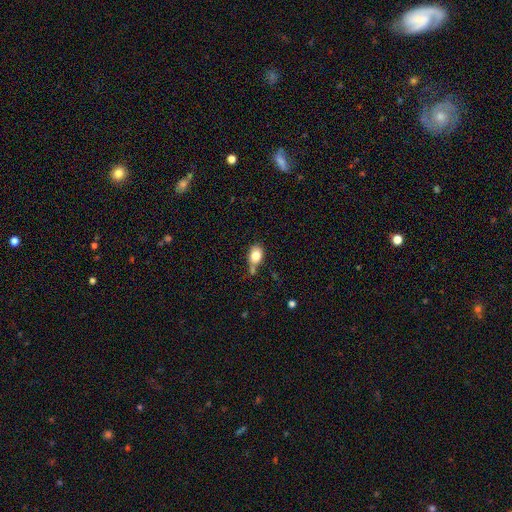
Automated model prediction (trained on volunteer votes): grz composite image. It shows a smooth galaxy with no disk features (80%) that is in between round and cigar-shaped (75%). Merging: none (47%).